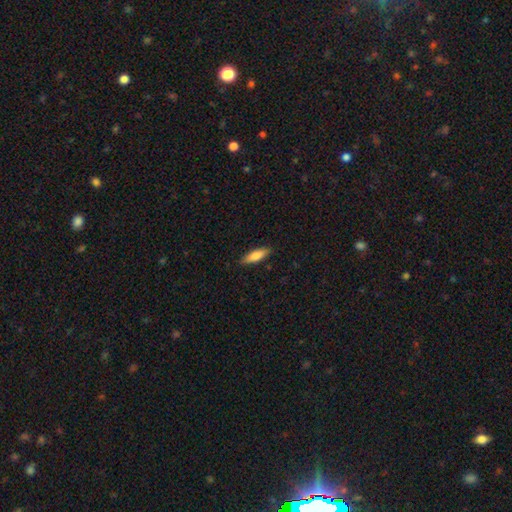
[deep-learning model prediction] A smooth galaxy with no disk features (77%) that is cigar-shaped (56%).

Vote fractions:
- Smooth or featured? smooth: 77% / featured or disk: 18% / star or artifact: 6%
- How rounded? cigar-shaped: 56% / in between: 42% / round: 2%
- Merging? none: 87% / minor disturbance: 10% / major disturbance: 2% / merger: 1%